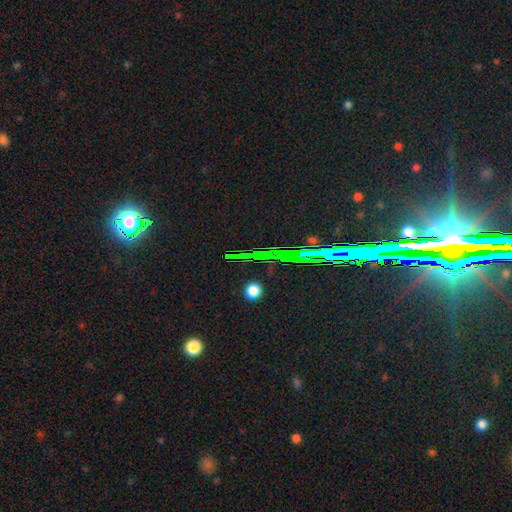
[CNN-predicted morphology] smooth-or-featured: star or artifact: 65% | smooth: 26% | featured or disk: 9%